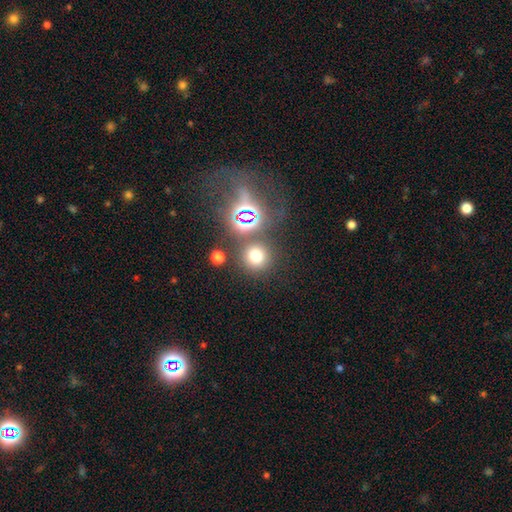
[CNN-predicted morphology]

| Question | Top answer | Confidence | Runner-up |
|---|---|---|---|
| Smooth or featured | smooth | 65% | star or artifact (27%) |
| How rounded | round | 91% | in between (8%) |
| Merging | none | 79% | merger (9%) |